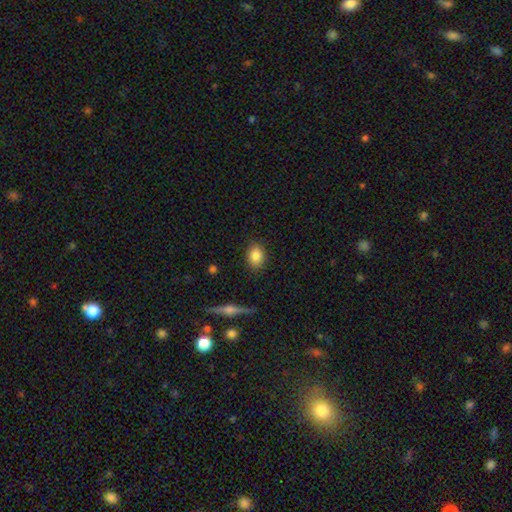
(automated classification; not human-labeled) A smooth galaxy with no disk features (83%) that is in between round and cigar-shaped (63%). Merging: none (86%).